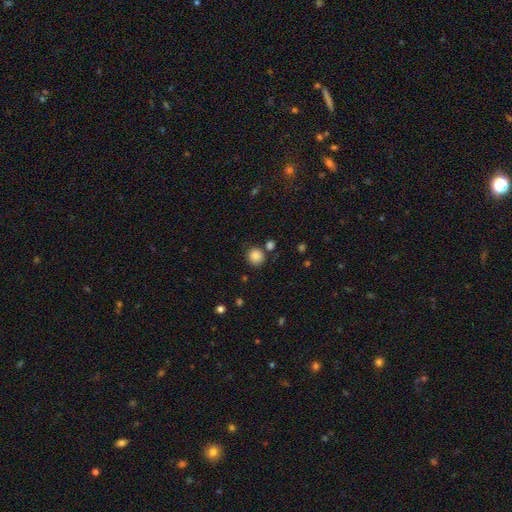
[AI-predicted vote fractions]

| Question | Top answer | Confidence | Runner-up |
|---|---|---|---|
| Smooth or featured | smooth | 85% | star or artifact (10%) |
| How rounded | round | 88% | in between (11%) |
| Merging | none | 77% | minor disturbance (11%) |